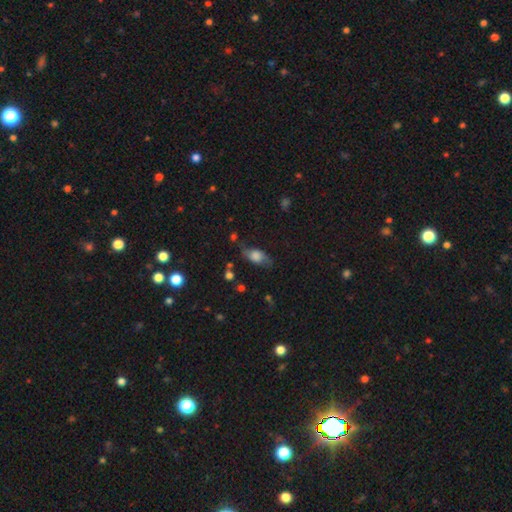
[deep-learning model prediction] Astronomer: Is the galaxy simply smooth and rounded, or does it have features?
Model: smooth — 53% (runner-up: featured or disk, 37%).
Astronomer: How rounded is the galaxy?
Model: in between — 80%.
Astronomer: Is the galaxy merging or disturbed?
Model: none — 62%.